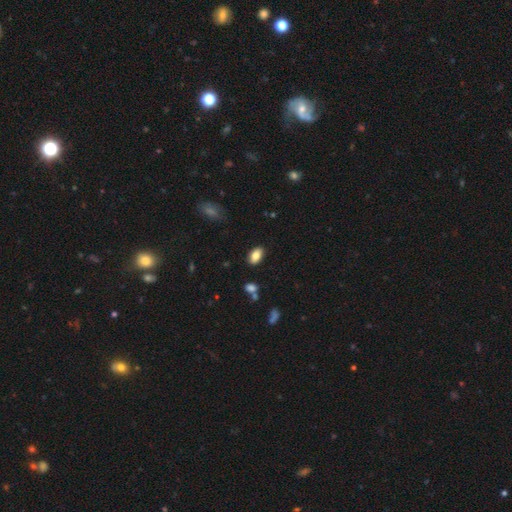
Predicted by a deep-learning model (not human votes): Smooth or featured: smooth — 81% (featured or disk — 11%)
How rounded: in between — 91% (round — 7%)
Merging: none — 85% (minor disturbance — 10%)